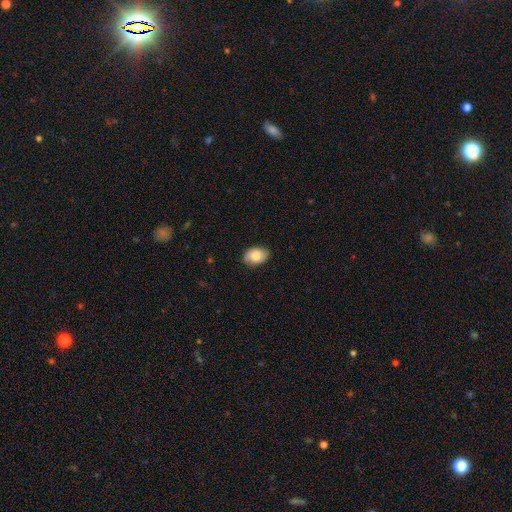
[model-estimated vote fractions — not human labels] Smooth or featured? Predicted: smooth (p=0.81). How rounded? Predicted: in between (p=0.85). Merging? Predicted: none (p=0.85).